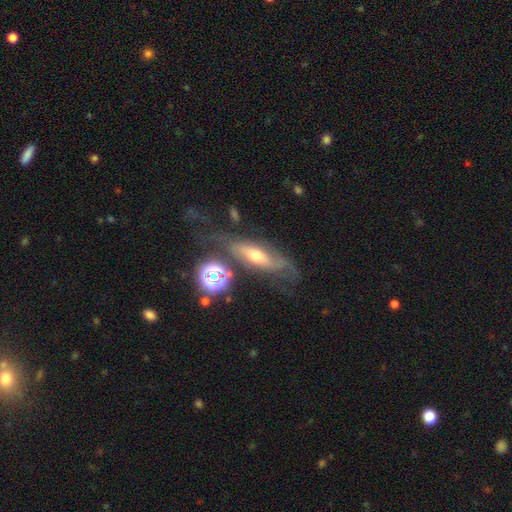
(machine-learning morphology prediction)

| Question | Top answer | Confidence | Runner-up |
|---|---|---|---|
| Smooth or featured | featured or disk | 62% | smooth (25%) |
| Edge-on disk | no | 68% | yes (32%) |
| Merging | none | 46% | major disturbance (25%) |